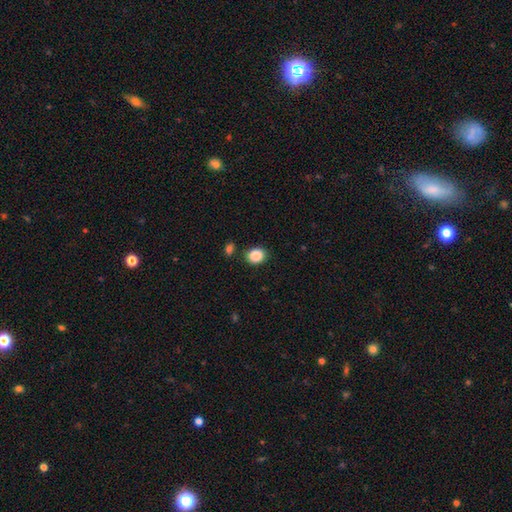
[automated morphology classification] This appears to be a smooth galaxy with no disk features (88%) that is round (64%). Merging: none (83%).